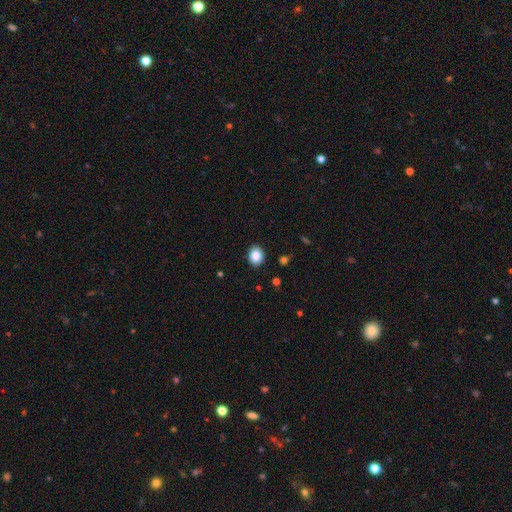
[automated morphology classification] This appears to be a smooth galaxy with no disk features (87%) that is round (51%). Merging: none (90%).